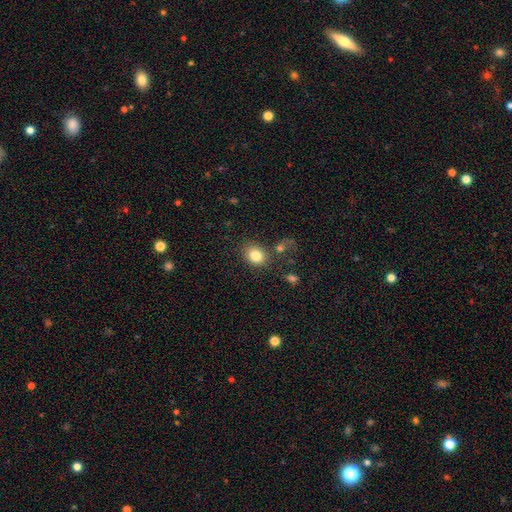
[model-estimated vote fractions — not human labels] Smooth or featured: smooth — 82% (star or artifact — 10%)
How rounded: round — 53% (in between — 46%)
Merging: none — 73% (minor disturbance — 12%)